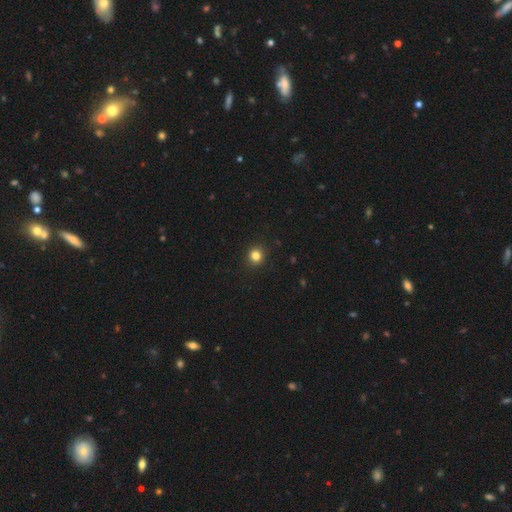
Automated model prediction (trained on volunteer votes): This appears to be a smooth galaxy with no disk features (83%) that is round (91%). Merging: none (93%).